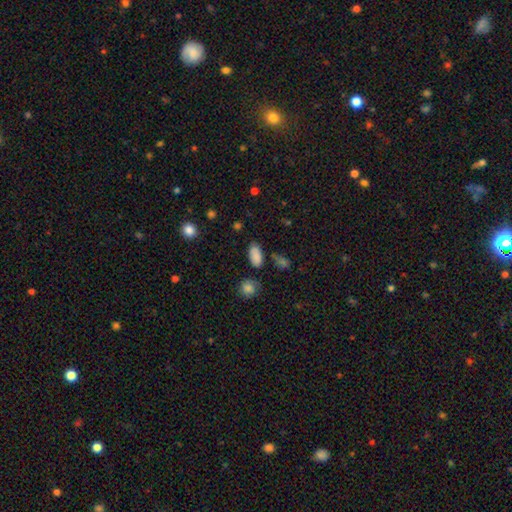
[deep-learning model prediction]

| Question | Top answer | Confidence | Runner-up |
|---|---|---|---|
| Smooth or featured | smooth | 84% | star or artifact (10%) |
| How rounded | in between | 92% | round (4%) |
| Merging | none | 75% | minor disturbance (16%) |